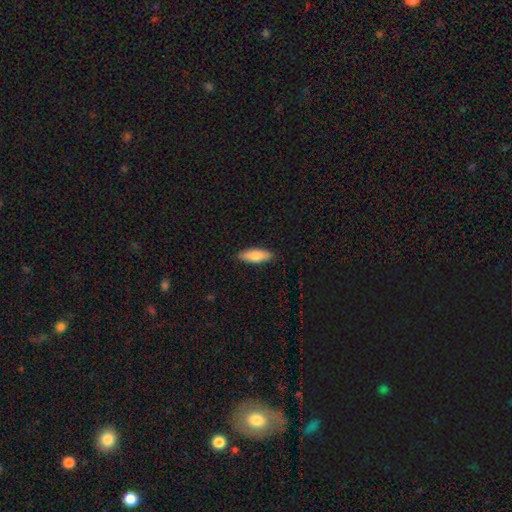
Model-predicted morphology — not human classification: smooth-or-featured: smooth: 82% | featured or disk: 13% | star or artifact: 5%
  how-rounded: in between: 62% | cigar-shaped: 36% | round: 2%
  merging: none: 89% | minor disturbance: 9% | major disturbance: 2% | merger: 1%